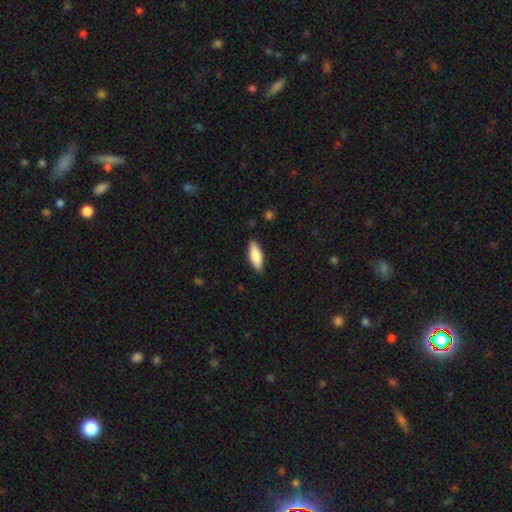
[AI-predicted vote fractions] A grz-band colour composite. It shows a smooth galaxy with no disk features (80%) that is in between round and cigar-shaped (68%). Merging: none (87%).